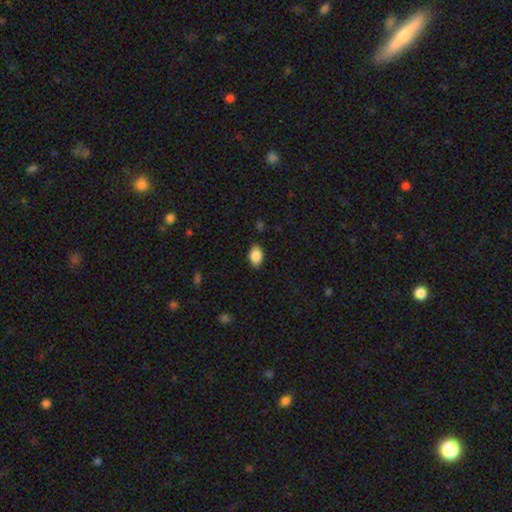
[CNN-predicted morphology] Smooth or featured? smooth (87%)
How rounded? in between (86%)
Merging? none (86%)